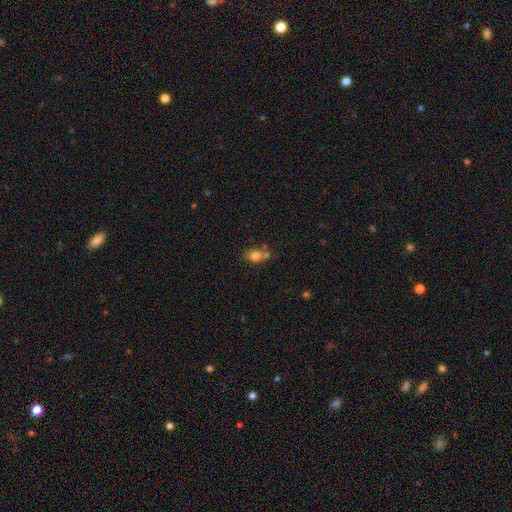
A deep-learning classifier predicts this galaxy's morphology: Overall: smooth (76%). How rounded: in between (64%; round 34%). Merging: none (47%; merger 29%).